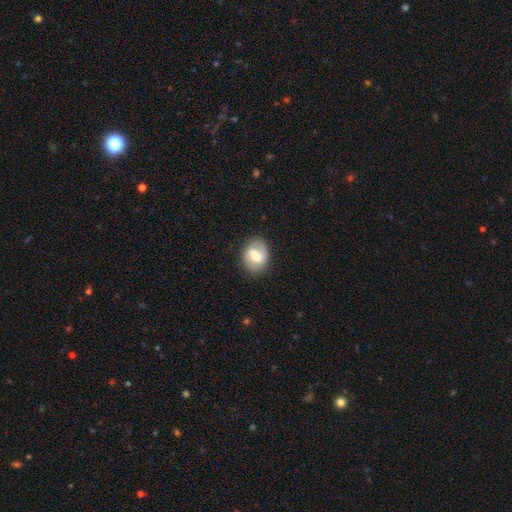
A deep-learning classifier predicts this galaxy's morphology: Smooth or featured: featured or disk — 53% (smooth — 40%)
Edge-on disk: no — 97% (yes — 3%)
Bar: weak — 49% (strong — 34%)
Spiral arms: yes — 78% (no — 22%)
Bulge size: moderate — 45% (large — 22%)
Merging: none — 81% (minor disturbance — 13%)